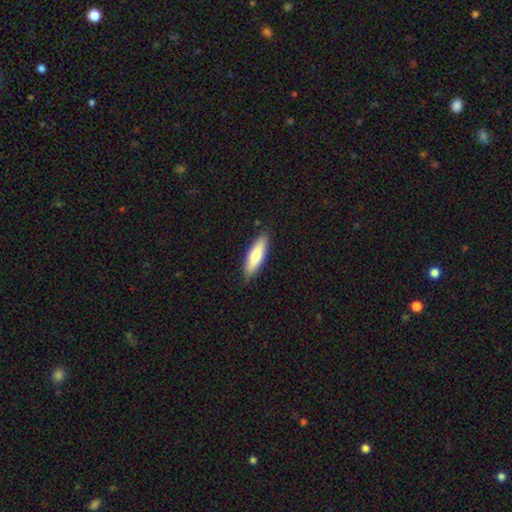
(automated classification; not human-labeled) This appears to be a smooth galaxy with no disk features (76%) that is cigar-shaped (53%). Merging: none (87%).